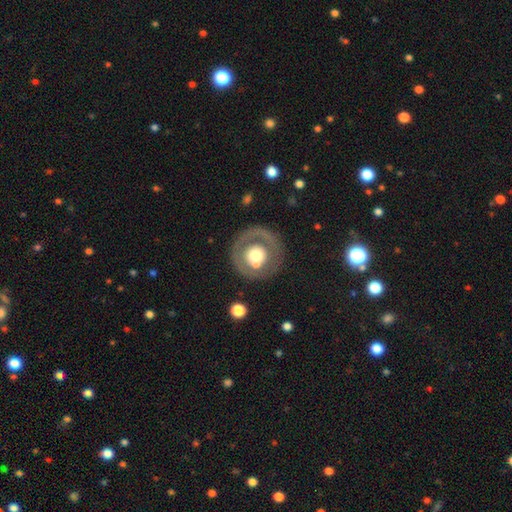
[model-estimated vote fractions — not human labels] featured or disk 48%, smooth 46%, star or artifact 7%. Down the decision tree: merging — none (71%).